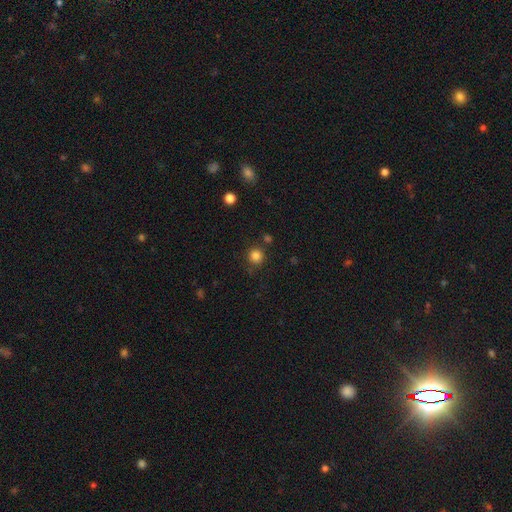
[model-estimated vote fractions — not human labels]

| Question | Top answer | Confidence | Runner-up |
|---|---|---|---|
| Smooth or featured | smooth | 83% | star or artifact (13%) |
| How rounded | round | 93% | in between (6%) |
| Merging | none | 83% | minor disturbance (9%) |